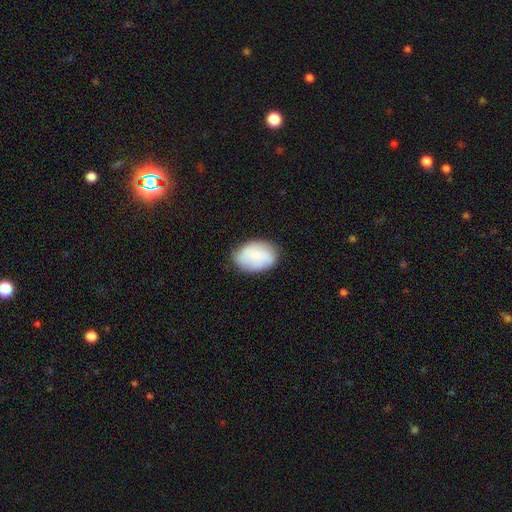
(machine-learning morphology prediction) A smooth galaxy with no disk features (65%) that is in between round and cigar-shaped (79%). Merging: none (73%).